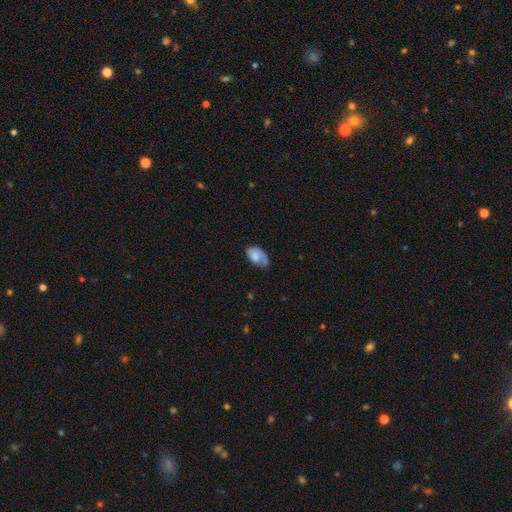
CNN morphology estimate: Smooth or featured?
  - smooth: 57% *
  - featured or disk: 35%
  - star or artifact: 7%
How rounded?
  - in between: 90% *
  - round: 8%
  - cigar-shaped: 2%
Merging?
  - none: 44% *
  - minor disturbance: 31%
  - major disturbance: 21%
  - merger: 3%